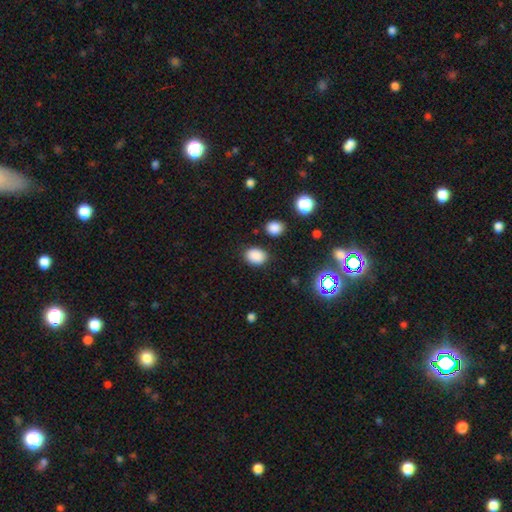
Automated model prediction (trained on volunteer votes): smooth-or-featured: smooth: 86% | star or artifact: 11% | featured or disk: 4%
  how-rounded: in between: 72% | round: 27% | cigar-shaped: 1%
  merging: none: 83% | minor disturbance: 10% | major disturbance: 3% | merger: 3%